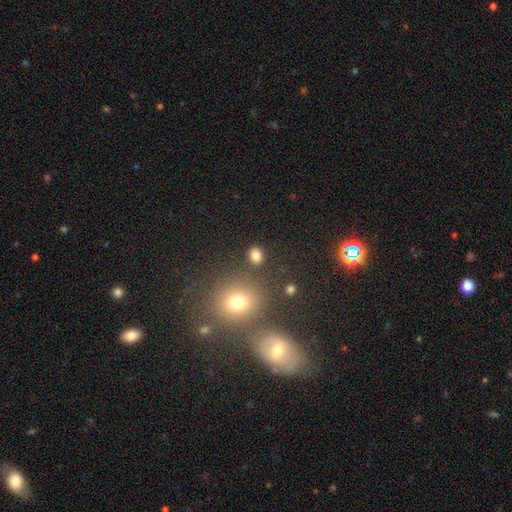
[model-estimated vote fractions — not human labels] A smooth galaxy with no disk features (81%) that is in between round and cigar-shaped (50%).

Vote fractions:
- Smooth or featured? smooth: 81% / star or artifact: 14% / featured or disk: 5%
- How rounded? in between: 50% / round: 48% / cigar-shaped: 1%
- Merging? none: 82% / minor disturbance: 10% / merger: 5% / major disturbance: 3%